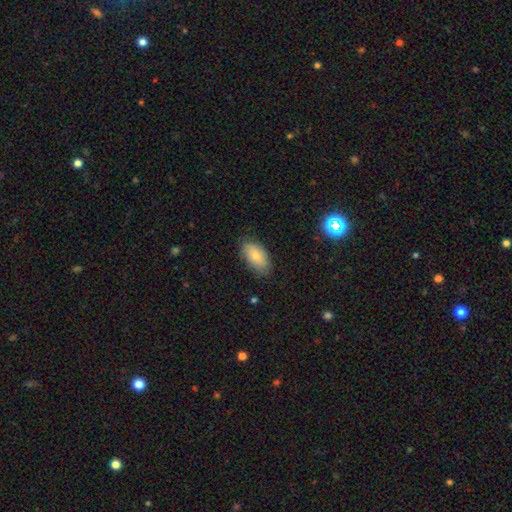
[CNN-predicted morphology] smooth-or-featured: smooth: 74% | featured or disk: 19% | star or artifact: 7%
  how-rounded: in between: 93% | round: 3% | cigar-shaped: 3%
  merging: none: 81% | minor disturbance: 15% | major disturbance: 3% | merger: 1%